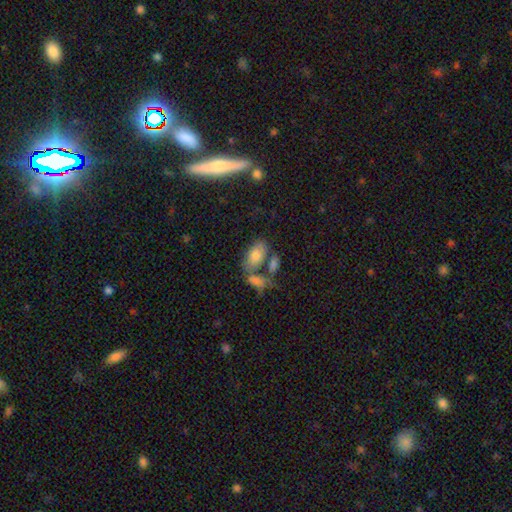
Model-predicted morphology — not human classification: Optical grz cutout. It shows a smooth galaxy with no disk features (74%) that is in between round and cigar-shaped (91%). Merging: none (50%).